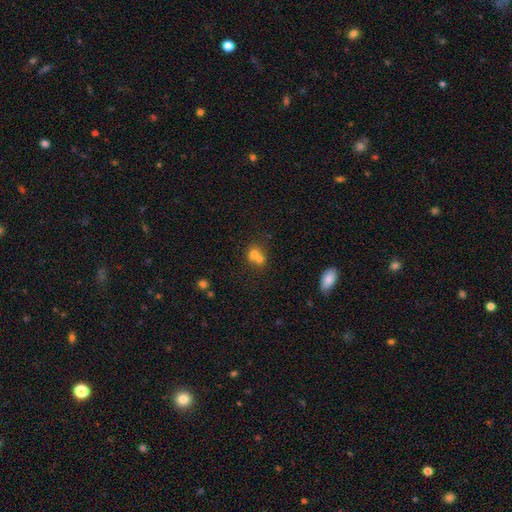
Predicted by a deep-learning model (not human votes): Smooth or featured? Predicted: smooth (p=0.66). How rounded? Predicted: round (p=0.71). Merging? Predicted: merger (p=0.64).